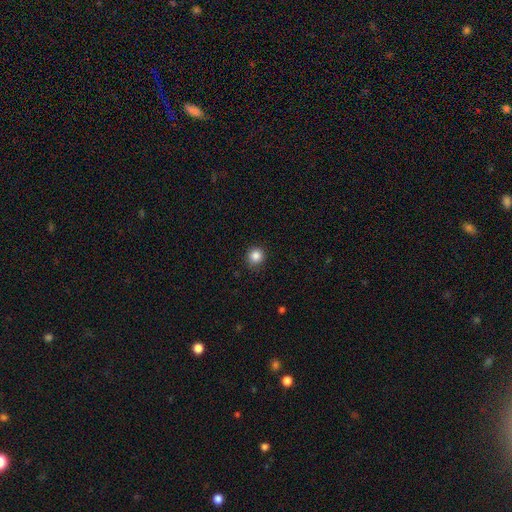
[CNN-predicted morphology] The model was most divided on "smooth or featured": smooth: 85%, star or artifact: 11%, featured or disk: 4%. More confident: how rounded — round (93%); merging — none (86%).